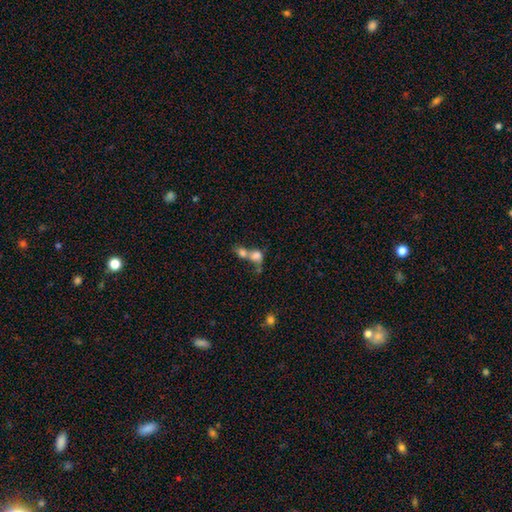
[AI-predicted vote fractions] Smooth or featured? smooth (72%)
How rounded? round (51%)
Merging? merger (74%)